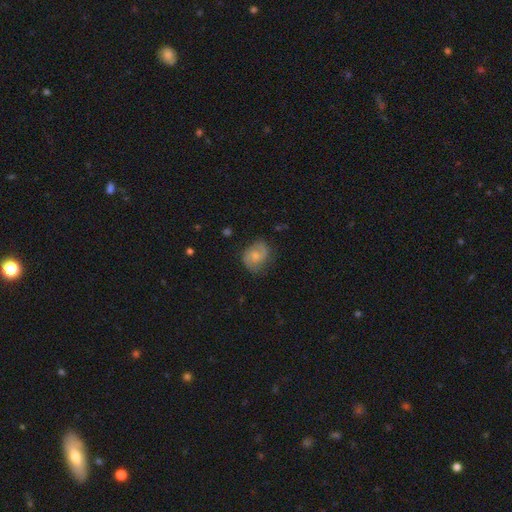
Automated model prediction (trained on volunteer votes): Overall: featured or disk (65%; smooth 28%). Edge-on disk: no (98%). Bar: no (56%; weak 39%). Spiral arms: yes (92%). Spiral arm count: 2 (86%). Spiral winding: medium (51%; tight 25%). Bulge size: small (42%; moderate 40%). Merging: none (73%).